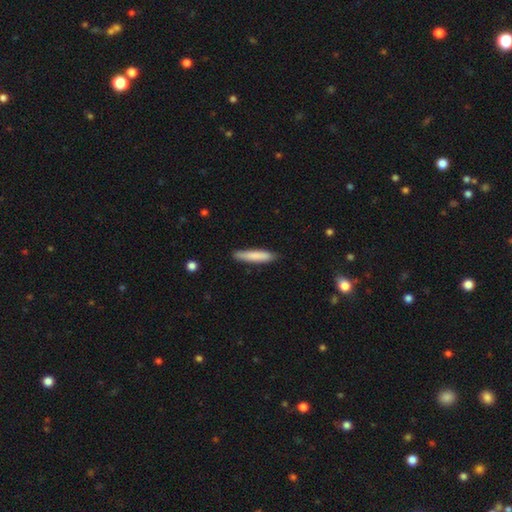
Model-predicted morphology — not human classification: Q: Smooth or featured?
A: smooth (82%); runner-up: featured or disk (13%)
Q: How rounded?
A: cigar-shaped (88%); runner-up: in between (11%)
Q: Merging?
A: none (85%); runner-up: minor disturbance (11%)